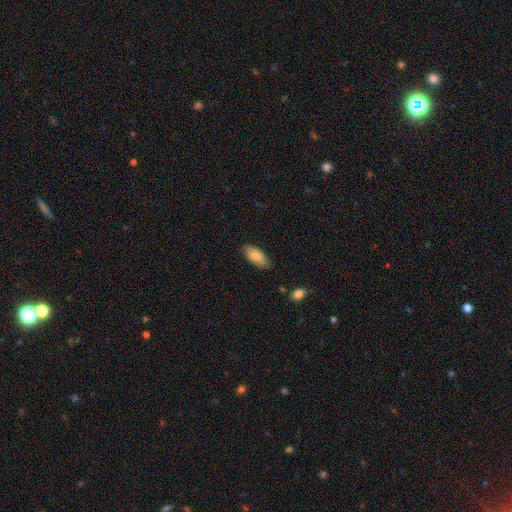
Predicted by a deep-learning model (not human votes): Smooth or featured?
  - smooth: 82% *
  - featured or disk: 12%
  - star or artifact: 6%
How rounded?
  - in between: 89% *
  - cigar-shaped: 9%
  - round: 2%
Merging?
  - none: 78% *
  - minor disturbance: 18%
  - major disturbance: 3%
  - merger: 1%